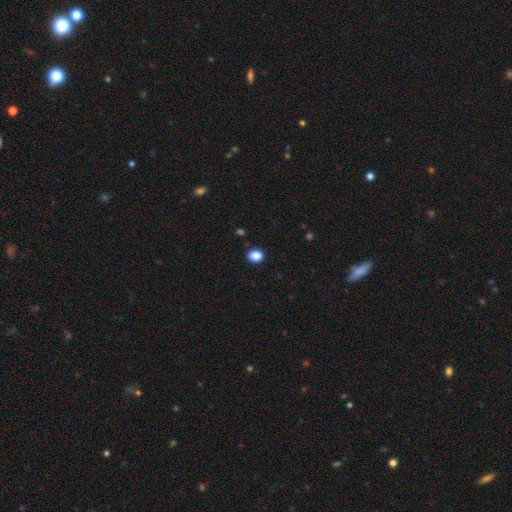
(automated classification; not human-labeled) smooth-or-featured: smooth: 87% | star or artifact: 10% | featured or disk: 3%
  how-rounded: in between: 57% | round: 42% | cigar-shaped: 1%
  merging: none: 90% | minor disturbance: 7% | major disturbance: 2% | merger: 1%